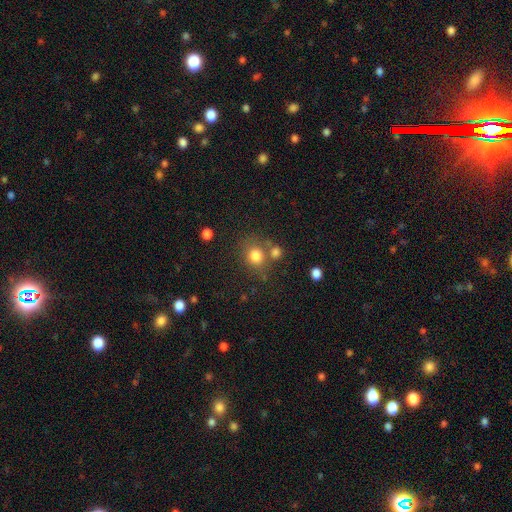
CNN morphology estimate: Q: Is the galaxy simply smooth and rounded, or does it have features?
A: smooth — 79%.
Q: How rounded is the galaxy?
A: round — 79%.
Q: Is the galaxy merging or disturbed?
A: none — 61%.